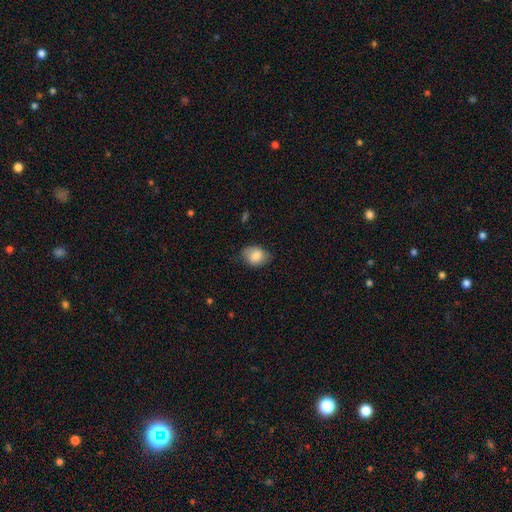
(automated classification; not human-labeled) Smooth or featured? Predicted: smooth (p=0.82). How rounded? Predicted: in between (p=0.64). Merging? Predicted: none (p=0.71).